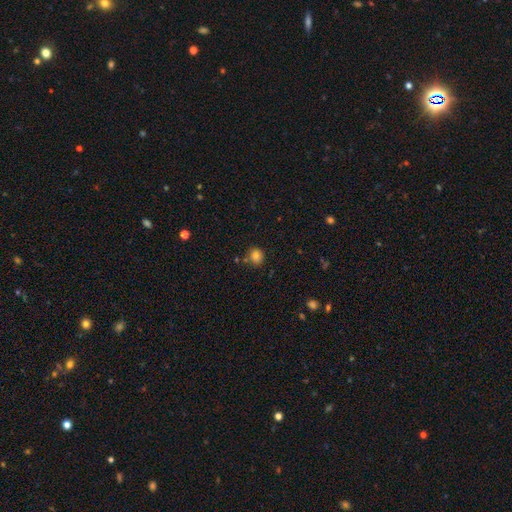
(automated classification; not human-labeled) Overall: smooth (81%). How rounded: round (82%). Merging: none (78%).